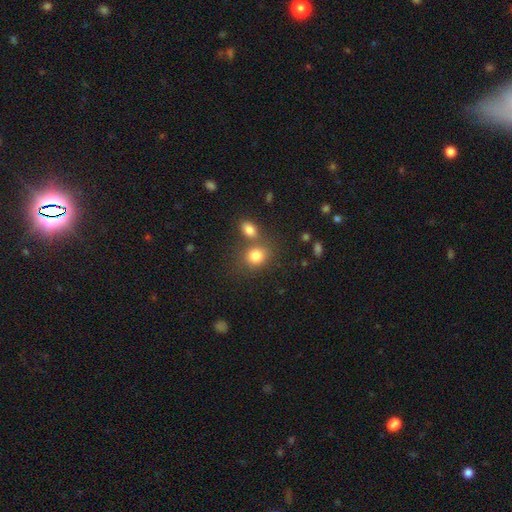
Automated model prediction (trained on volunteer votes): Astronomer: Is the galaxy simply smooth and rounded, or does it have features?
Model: smooth — 81%.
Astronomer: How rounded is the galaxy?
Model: round — 61% (runner-up: in between, 38%).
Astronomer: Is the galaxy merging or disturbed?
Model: none — 56%.